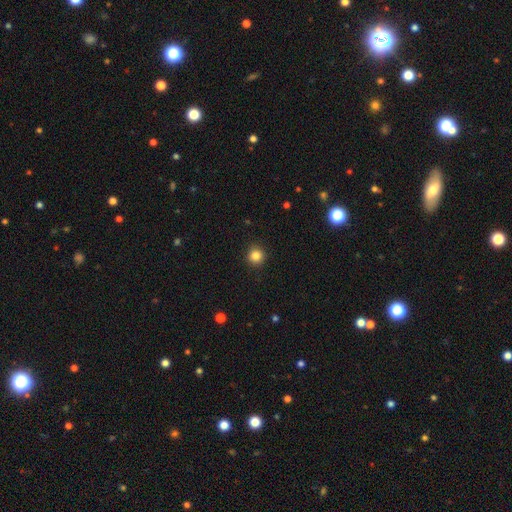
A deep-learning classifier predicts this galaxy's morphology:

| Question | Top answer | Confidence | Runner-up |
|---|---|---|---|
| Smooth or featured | smooth | 84% | star or artifact (11%) |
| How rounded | round | 94% | in between (5%) |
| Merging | none | 92% | minor disturbance (5%) |